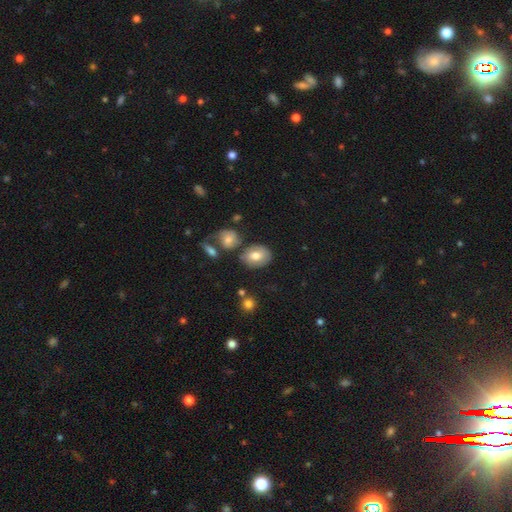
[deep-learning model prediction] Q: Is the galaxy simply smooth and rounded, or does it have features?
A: smooth — 70%.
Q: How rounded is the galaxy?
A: in between — 63%.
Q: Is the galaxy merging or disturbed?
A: none — 69%.